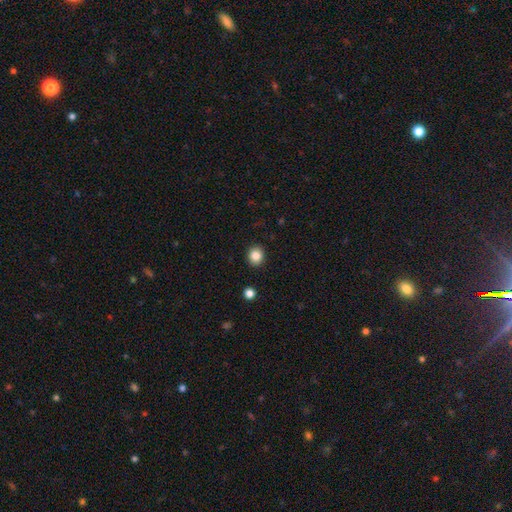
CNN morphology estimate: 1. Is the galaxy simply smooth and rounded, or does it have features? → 84% smooth, 10% star or artifact, 5% featured or disk.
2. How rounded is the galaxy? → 76% round, 23% in between, 1% cigar-shaped.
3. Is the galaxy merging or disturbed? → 92% none, 5% minor disturbance, 2% major disturbance, 1% merger.